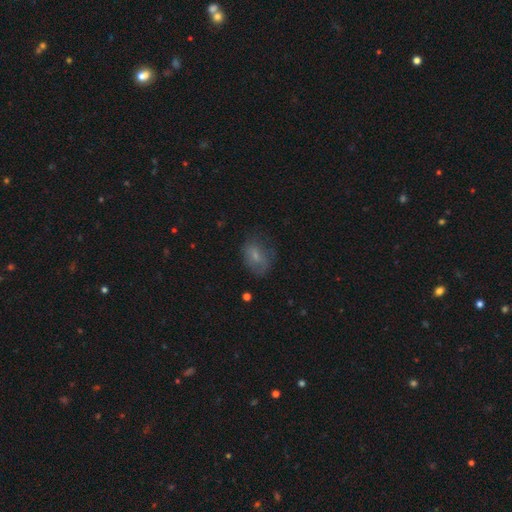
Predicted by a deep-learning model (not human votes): Morphology: type=smooth (65%); roundness=in between (74%); merging=none (53%).